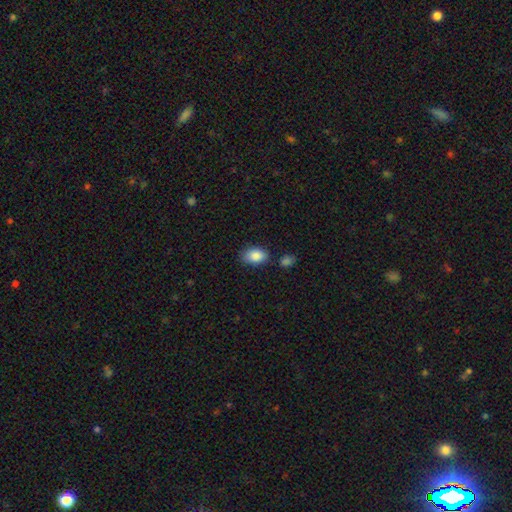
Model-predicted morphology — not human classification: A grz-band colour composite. It shows a smooth galaxy with no disk features (87%) that is in between round and cigar-shaped (88%). Merging: none (74%).